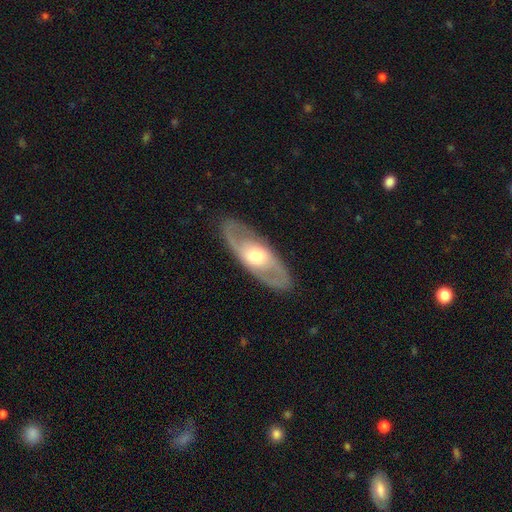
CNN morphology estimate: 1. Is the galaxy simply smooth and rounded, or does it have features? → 76% featured or disk, 20% smooth, 5% star or artifact.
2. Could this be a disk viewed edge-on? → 83% no, 17% yes.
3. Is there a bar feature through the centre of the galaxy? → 59% no, 31% weak, 10% strong.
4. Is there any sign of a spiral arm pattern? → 74% yes, 26% no.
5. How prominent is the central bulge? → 55% moderate, 33% large, 8% small, 2% dominant, 2% none.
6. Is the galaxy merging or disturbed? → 86% none, 9% minor disturbance, 3% major disturbance, 1% merger.